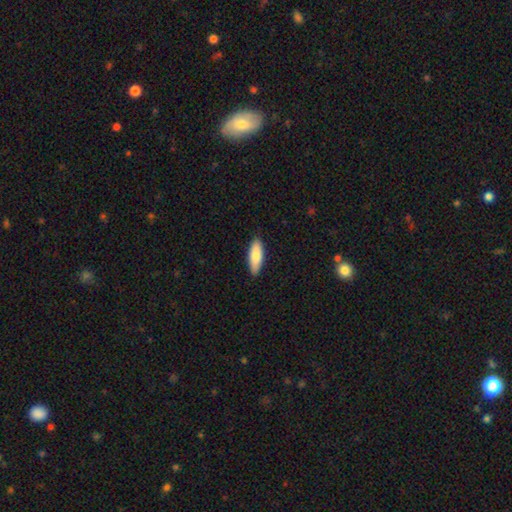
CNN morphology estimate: type=smooth (84%); roundness=in between (65%); merging=none (88%).